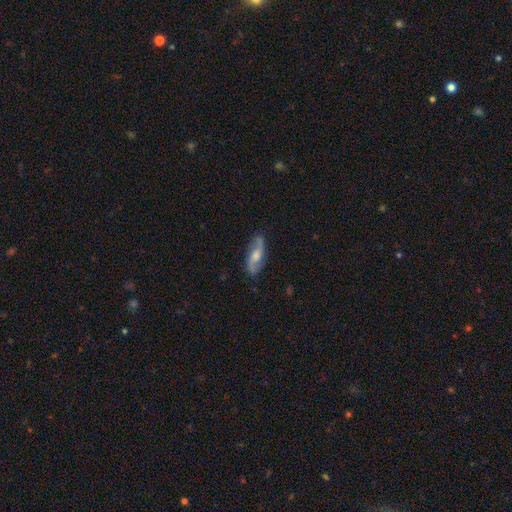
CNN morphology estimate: Q: Smooth or featured?
A: featured or disk (73%); runner-up: smooth (21%)
Q: Edge-on disk?
A: no (85%); runner-up: yes (15%)
Q: Bar?
A: no (47%); runner-up: weak (40%)
Q: Spiral arms?
A: yes (93%); runner-up: no (7%)
Q: Spiral winding?
A: loose (56%); runner-up: medium (33%)
Q: Spiral arm count?
A: 2 (91%); runner-up: can't tell (4%)
Q: Bulge size?
A: moderate (57%); runner-up: small (22%)
Q: Merging?
A: none (83%); runner-up: minor disturbance (12%)